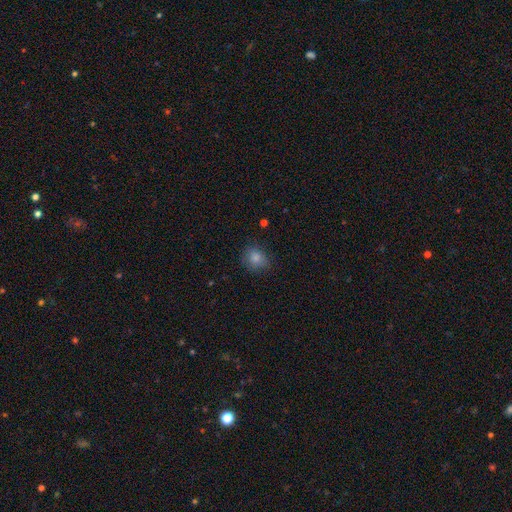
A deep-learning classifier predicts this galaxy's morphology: smooth 76%, star or artifact 17%, featured or disk 7%. Down the decision tree: how rounded — round (72%); merging — none (82%).